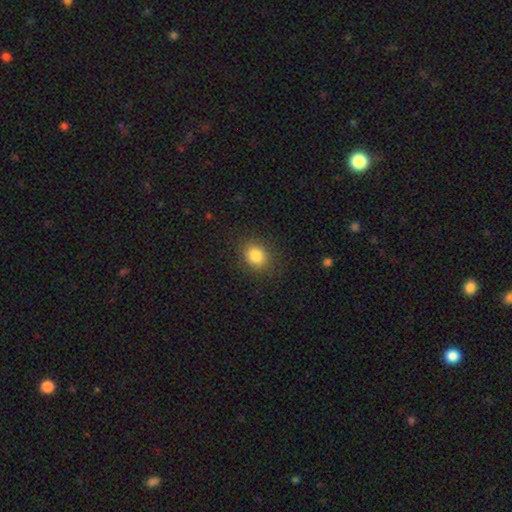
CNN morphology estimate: A smooth galaxy with no disk features (84%) that is round (55%).

Vote fractions:
- Smooth or featured? smooth: 84% / star or artifact: 10% / featured or disk: 5%
- How rounded? round: 55% / in between: 44% / cigar-shaped: 1%
- Merging? none: 86% / minor disturbance: 10% / major disturbance: 4% / merger: 1%